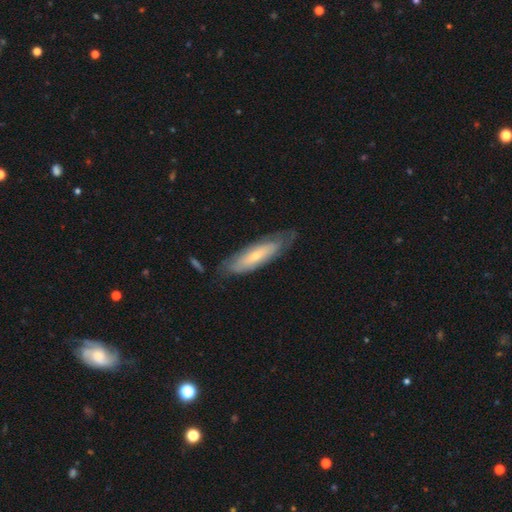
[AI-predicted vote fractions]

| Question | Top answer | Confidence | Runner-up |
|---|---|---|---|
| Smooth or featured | featured or disk | 52% | smooth (43%) |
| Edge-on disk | no | 65% | yes (35%) |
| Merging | none | 68% | minor disturbance (22%) |